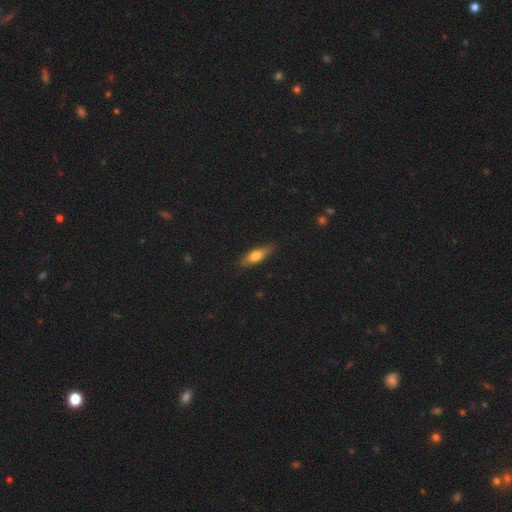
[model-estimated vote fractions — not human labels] This appears to be a smooth galaxy with no disk features (54%) that is cigar-shaped (56%). Merging: none (87%).